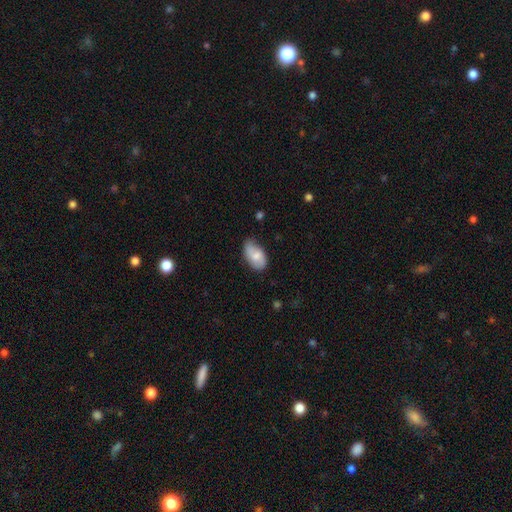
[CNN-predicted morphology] smooth_or_featured: smooth (p=0.71) [alt: featured or disk p=0.23]
how_rounded: in between (p=0.94) [alt: round p=0.04]
merging: none (p=0.59) [alt: minor disturbance p=0.33]